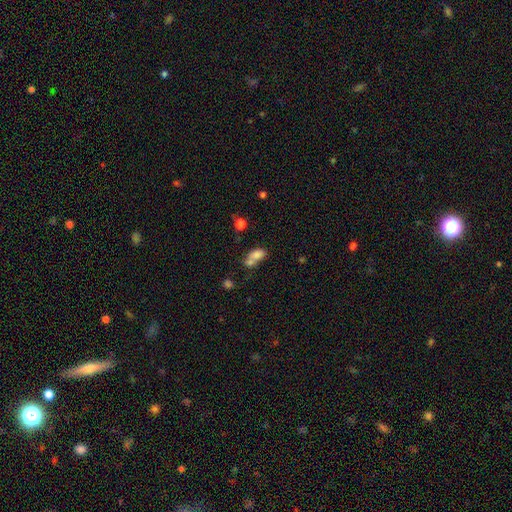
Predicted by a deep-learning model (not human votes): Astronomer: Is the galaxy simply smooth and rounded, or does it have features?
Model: smooth — 74%.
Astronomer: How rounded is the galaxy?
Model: in between — 81%.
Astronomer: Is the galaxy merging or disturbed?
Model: merger — 56%.